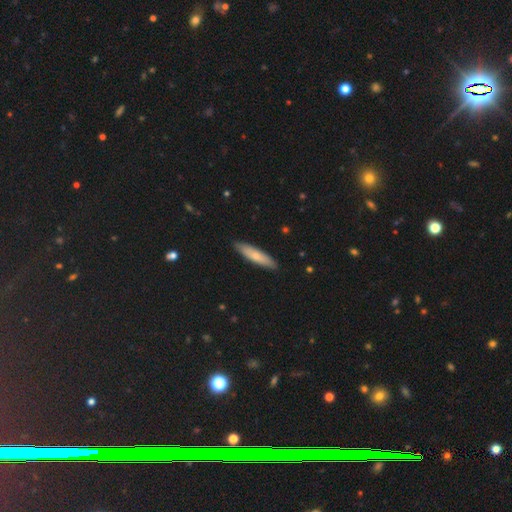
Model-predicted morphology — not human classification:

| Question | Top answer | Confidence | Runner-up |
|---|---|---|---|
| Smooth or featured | smooth | 68% | featured or disk (27%) |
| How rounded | cigar-shaped | 79% | in between (20%) |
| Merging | none | 89% | minor disturbance (8%) |